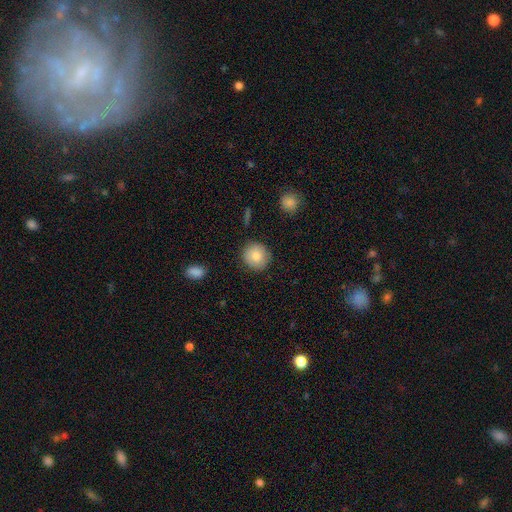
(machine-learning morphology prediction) smooth-or-featured: smooth: 82% | featured or disk: 10% | star or artifact: 8%
  how-rounded: round: 88% | in between: 11% | cigar-shaped: 1%
  merging: none: 88% | minor disturbance: 9% | major disturbance: 2% | merger: 1%